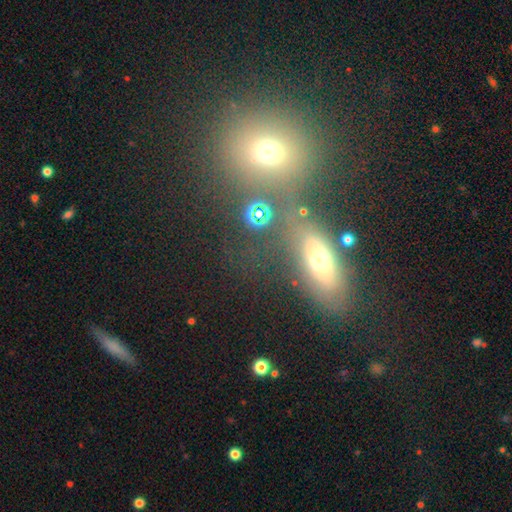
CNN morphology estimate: Q: Smooth or featured?
A: smooth (50%); runner-up: star or artifact (26%)
Q: How rounded?
A: in between (54%); runner-up: round (30%)
Q: Merging?
A: none (57%); runner-up: merger (22%)